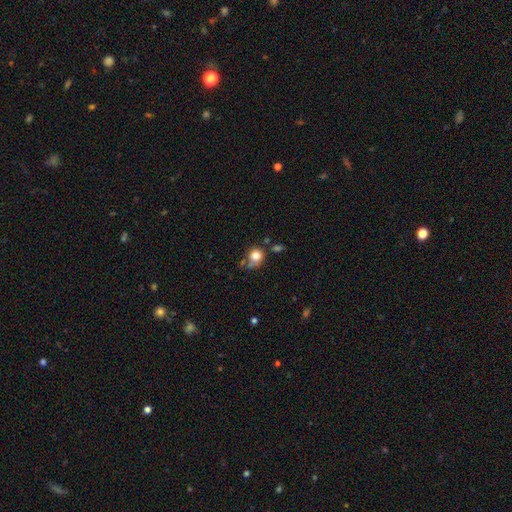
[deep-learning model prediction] Overall: smooth (80%). How rounded: round (79%). Merging: none (53%; minor disturbance 23%).